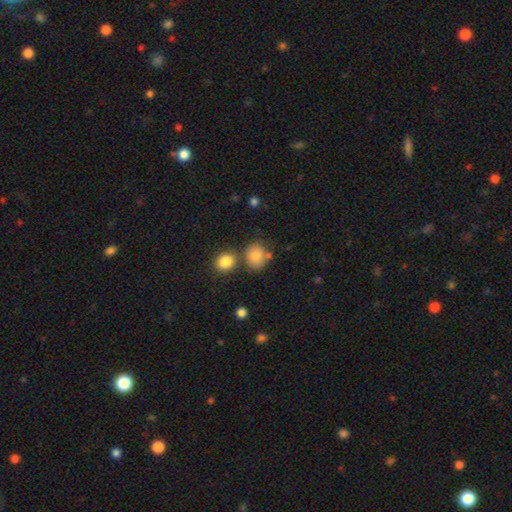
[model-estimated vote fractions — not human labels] Morphology: type=smooth (82%); roundness=round (68%); merging=none (66%).